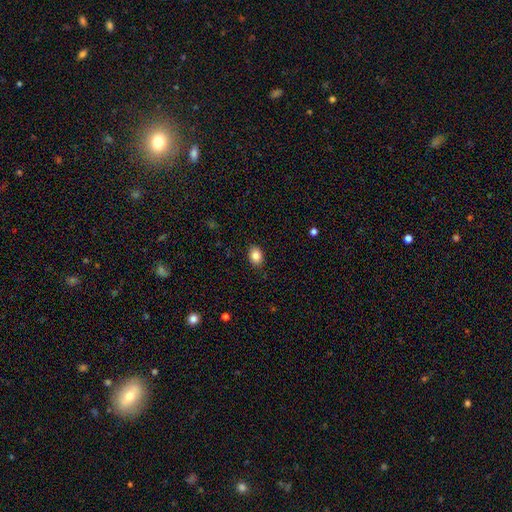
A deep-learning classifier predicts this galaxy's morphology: A smooth galaxy with no disk features (84%) that is in between round and cigar-shaped (68%). Merging: none (88%).